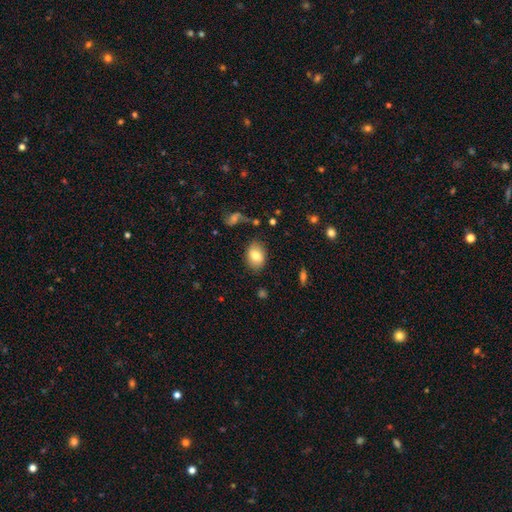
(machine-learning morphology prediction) smooth_or_featured: smooth (p=0.79) [alt: featured or disk p=0.12]
how_rounded: in between (p=0.75) [alt: round p=0.23]
merging: none (p=0.82) [alt: minor disturbance p=0.12]